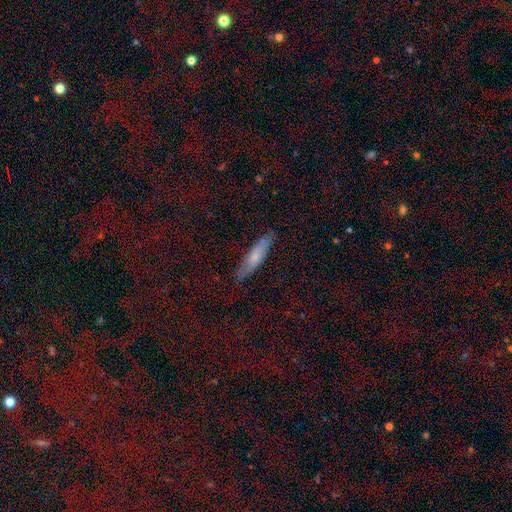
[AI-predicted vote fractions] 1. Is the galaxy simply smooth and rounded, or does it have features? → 61% smooth, 31% featured or disk, 8% star or artifact.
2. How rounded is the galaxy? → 76% cigar-shaped, 22% in between, 2% round.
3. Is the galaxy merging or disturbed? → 83% none, 13% minor disturbance, 3% major disturbance, 1% merger.